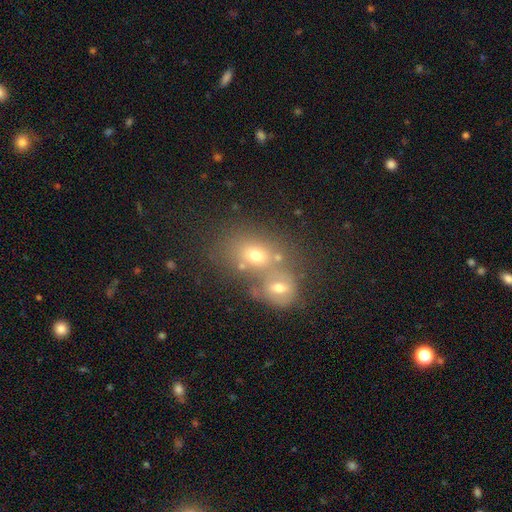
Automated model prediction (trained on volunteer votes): smooth_or_featured: smooth (p=0.61) [alt: featured or disk p=0.21]
how_rounded: in between (p=0.49) [tied with: round p=0.49]
merging: merger (p=0.52) [alt: none p=0.34]